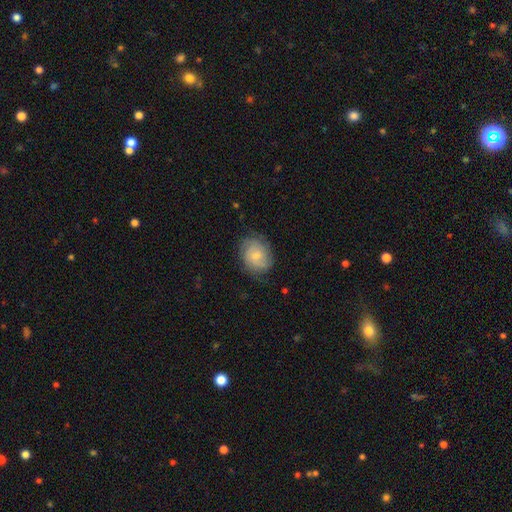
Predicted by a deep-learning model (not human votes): Smooth or featured: smooth — 49% (featured or disk — 43%)
Merging: none — 73% (minor disturbance — 20%)